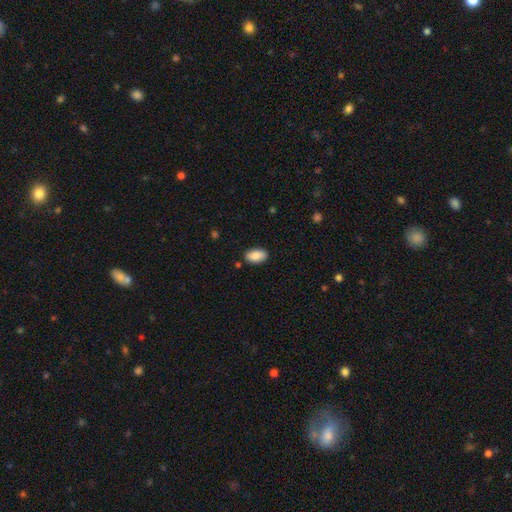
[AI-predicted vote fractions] Smooth or featured? smooth (84%)
How rounded? in between (94%)
Merging? none (86%)